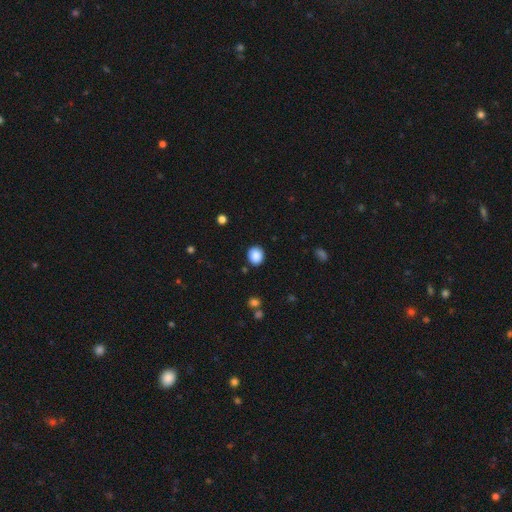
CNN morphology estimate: smooth_or_featured: smooth (p=0.88) [alt: star or artifact p=0.09]
how_rounded: round (p=0.72) [alt: in between p=0.28]
merging: none (p=0.89) [alt: minor disturbance p=0.07]